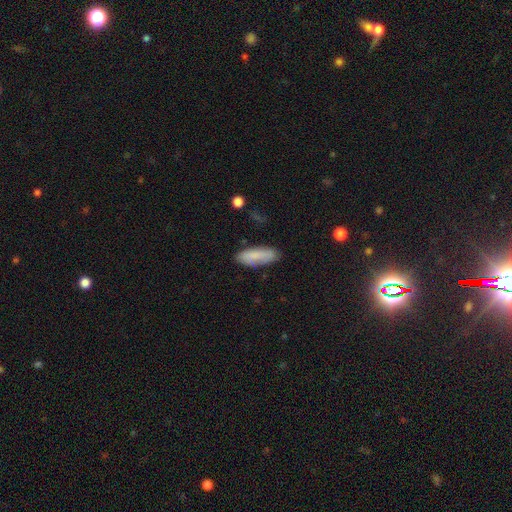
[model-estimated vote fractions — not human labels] A smooth galaxy with no disk features (83%) that is in between round and cigar-shaped (56%). Merging: none (81%).